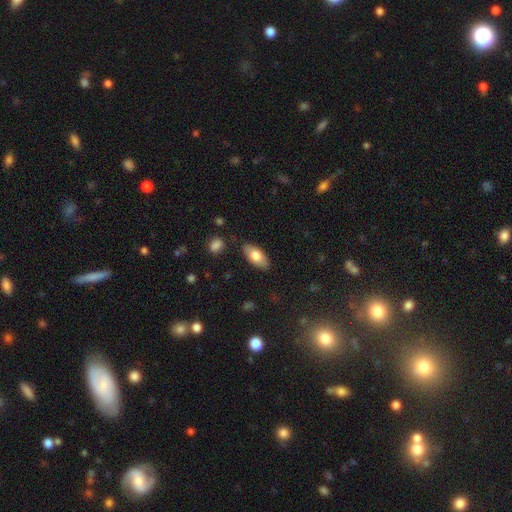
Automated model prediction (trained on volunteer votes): smooth 74%, featured or disk 20%, star or artifact 6%. Down the decision tree: how rounded — in between (88%); merging — none (84%).